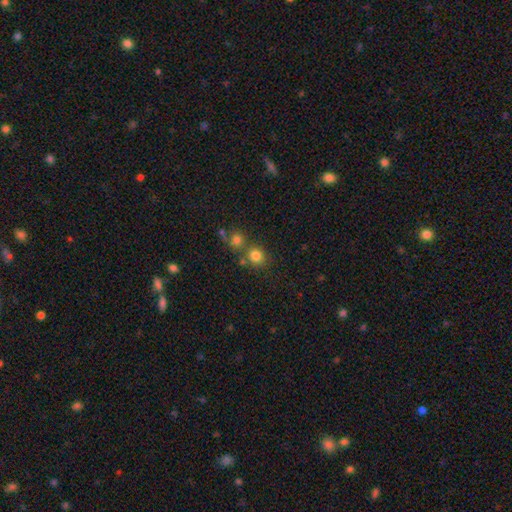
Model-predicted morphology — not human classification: smooth-or-featured: smooth: 79% | star or artifact: 14% | featured or disk: 7%
  how-rounded: round: 85% | in between: 14% | cigar-shaped: 1%
  merging: none: 65% | merger: 23% | minor disturbance: 8% | major disturbance: 3%